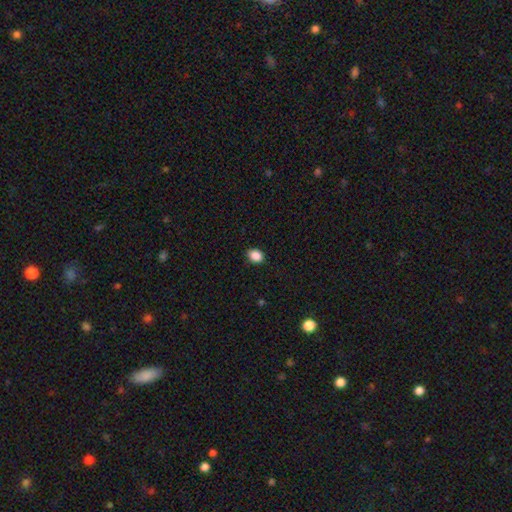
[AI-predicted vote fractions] Morphology: type=smooth (88%); roundness=in between (57%); merging=none (88%).